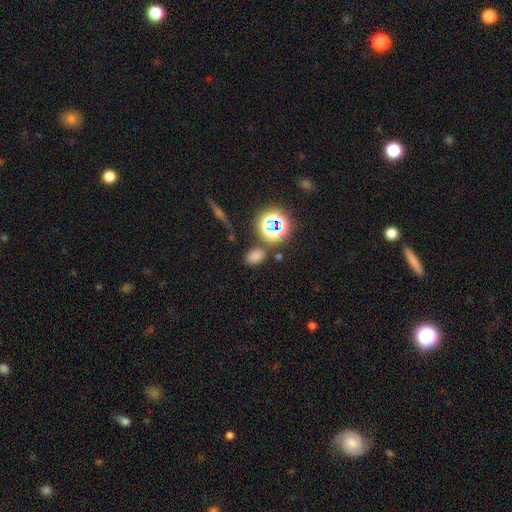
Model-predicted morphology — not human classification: Overall: smooth (69%). How rounded: in between (80%). Merging: none (79%).